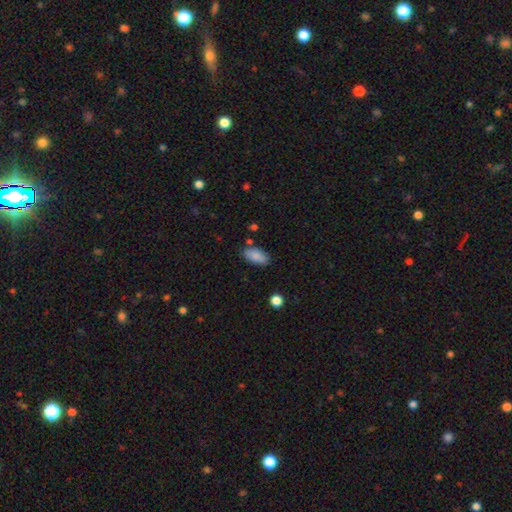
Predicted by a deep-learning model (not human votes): A smooth galaxy with no disk features (86%) that is in between round and cigar-shaped (92%). Merging: none (79%).